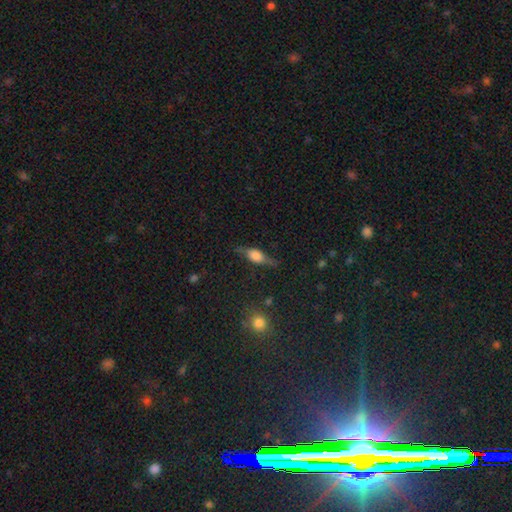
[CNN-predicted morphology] smooth_or_featured: featured or disk (p=0.51) [alt: smooth p=0.39]
disk_edge_on: yes (p=0.88) [alt: no p=0.12]
merging: none (p=0.71) [alt: minor disturbance p=0.20]